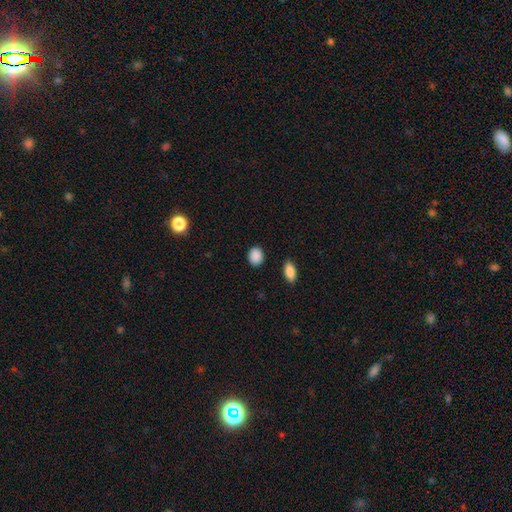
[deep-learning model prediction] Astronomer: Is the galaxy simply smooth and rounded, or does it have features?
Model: smooth — 90%.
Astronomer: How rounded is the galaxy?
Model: round — 50% (runner-up: in between, 49%).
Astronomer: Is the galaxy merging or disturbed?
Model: none — 89%.